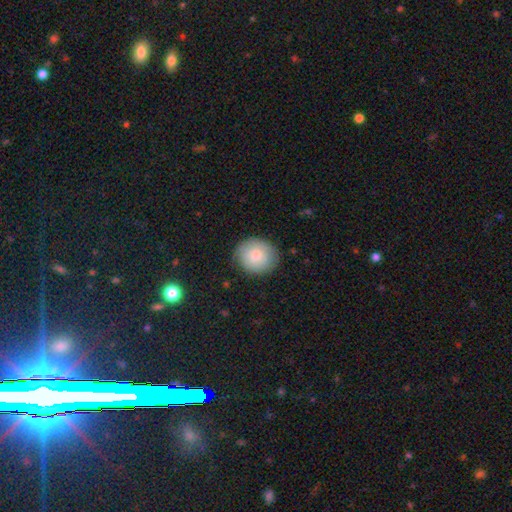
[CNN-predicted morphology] Smooth or featured?
  - smooth: 82% *
  - featured or disk: 11%
  - star or artifact: 7%
How rounded?
  - round: 82% *
  - in between: 17%
  - cigar-shaped: 1%
Merging?
  - none: 83% *
  - minor disturbance: 13%
  - major disturbance: 3%
  - merger: 1%